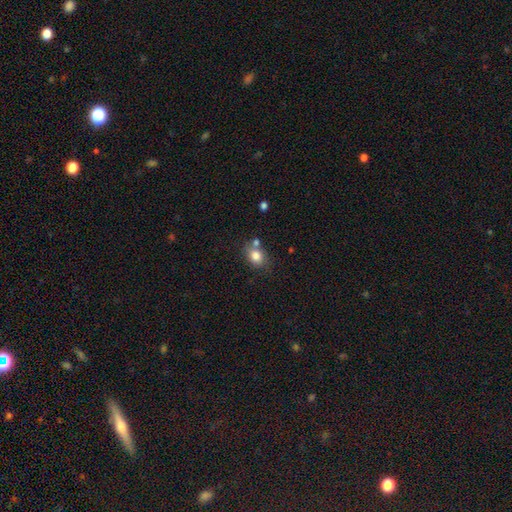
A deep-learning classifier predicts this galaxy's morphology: Q: Smooth or featured?
A: smooth (80%); runner-up: star or artifact (10%)
Q: How rounded?
A: in between (50%); runner-up: round (49%)
Q: Merging?
A: none (59%); runner-up: merger (21%)